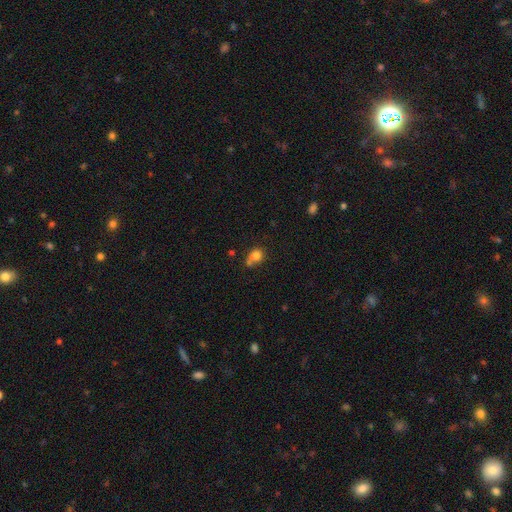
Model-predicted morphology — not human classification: smooth 78%, star or artifact 11%, featured or disk 10%. Down the decision tree: how rounded — round (67%); merging — none (44%).